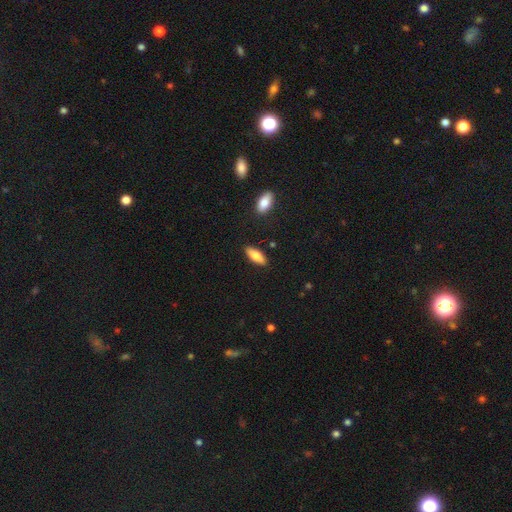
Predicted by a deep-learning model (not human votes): smooth_or_featured: smooth (p=0.76) [alt: featured or disk p=0.18]
how_rounded: in between (p=0.68) [alt: cigar-shaped p=0.30]
merging: none (p=0.86) [alt: minor disturbance p=0.10]